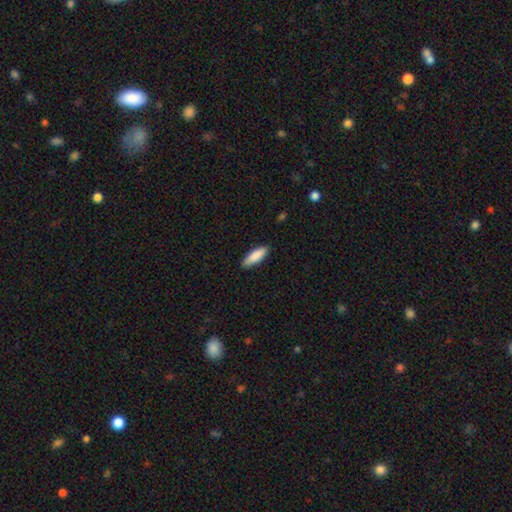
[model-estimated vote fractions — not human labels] smooth-or-featured: smooth: 88% | featured or disk: 7% | star or artifact: 5%
  how-rounded: in between: 51% | cigar-shaped: 47% | round: 2%
  merging: none: 88% | minor disturbance: 9% | major disturbance: 2% | merger: 1%